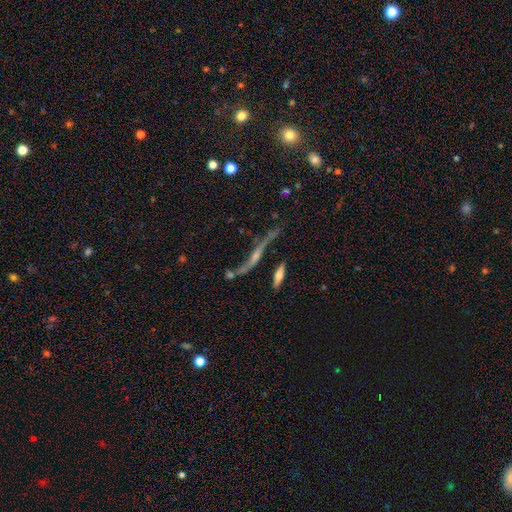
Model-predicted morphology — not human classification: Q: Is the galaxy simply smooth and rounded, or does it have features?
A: featured or disk — 71%.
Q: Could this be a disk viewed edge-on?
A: yes — 74%.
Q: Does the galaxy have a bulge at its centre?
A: rounded — 69%.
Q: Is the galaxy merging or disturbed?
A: none — 50%.